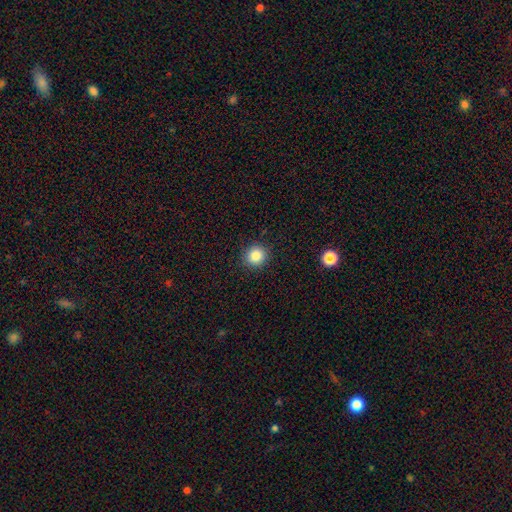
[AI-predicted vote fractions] Smooth or featured? Predicted: smooth (p=0.85). How rounded? Predicted: round (p=0.89). Merging? Predicted: none (p=0.90).